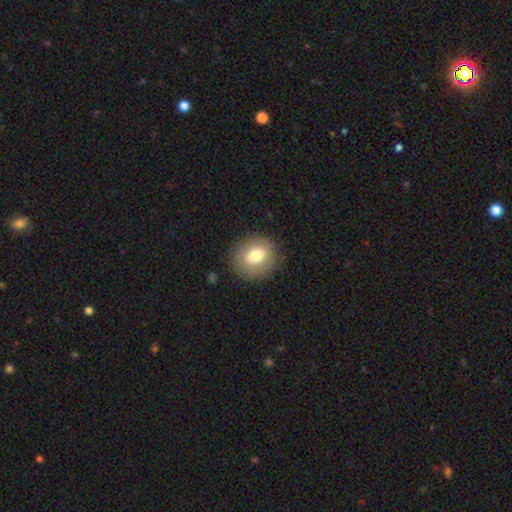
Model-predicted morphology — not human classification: This appears to be a smooth galaxy with no disk features (74%) that is round (72%). Merging: none (85%).